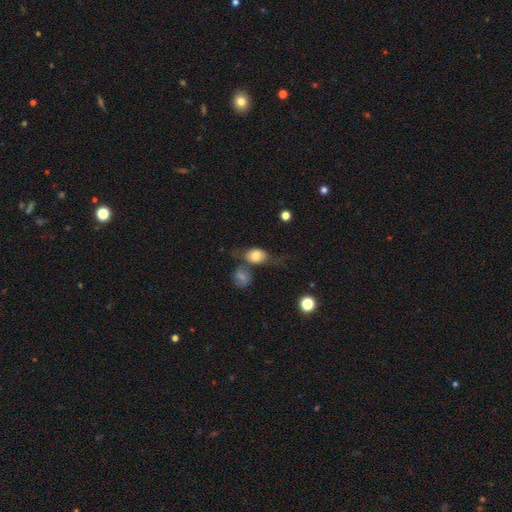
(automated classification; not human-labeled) A smooth galaxy with no disk features (73%) that is in between round and cigar-shaped (65%).

Vote fractions:
- Smooth or featured? smooth: 73% / featured or disk: 18% / star or artifact: 9%
- How rounded? in between: 65% / round: 32% / cigar-shaped: 3%
- Merging? none: 42% / minor disturbance: 21% / merger: 21% / major disturbance: 15%